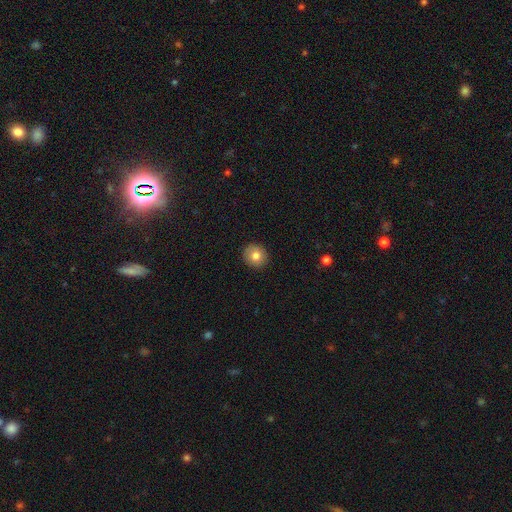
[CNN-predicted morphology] smooth_or_featured: smooth (p=0.81) [alt: featured or disk p=0.11]
how_rounded: round (p=0.88) [alt: in between p=0.11]
merging: none (p=0.91) [alt: minor disturbance p=0.06]